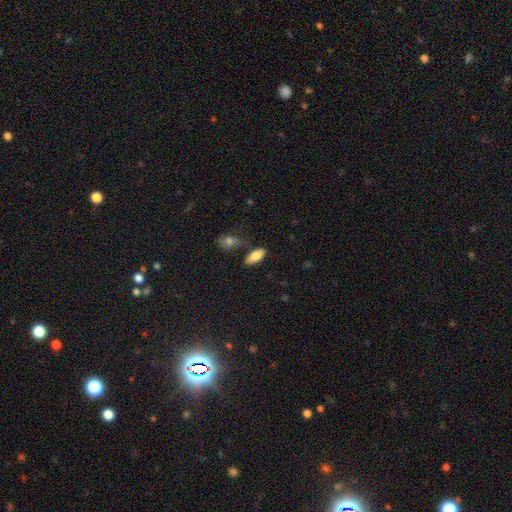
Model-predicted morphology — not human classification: This is clearly a smooth galaxy (82%). How rounded: clearly in between (84%). Merging: likely none (70%).